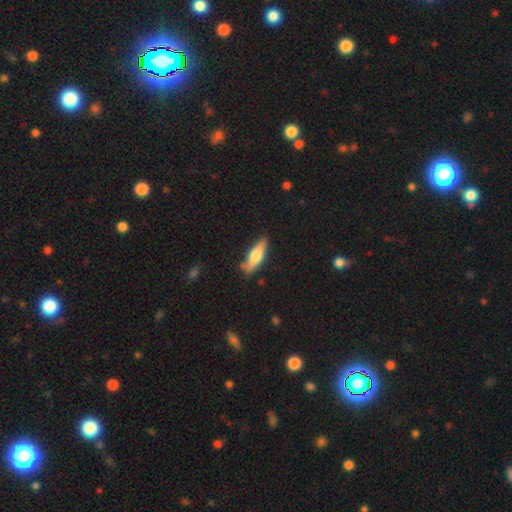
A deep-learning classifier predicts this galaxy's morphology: Smooth or featured? smooth (54%)
How rounded? cigar-shaped (54%)
Merging? none (72%)